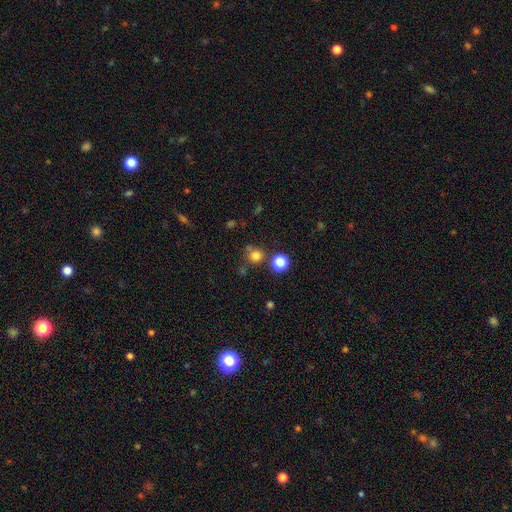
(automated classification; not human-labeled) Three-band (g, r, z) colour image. It shows a smooth galaxy with no disk features (76%) that is round (90%). Merging: none (71%).